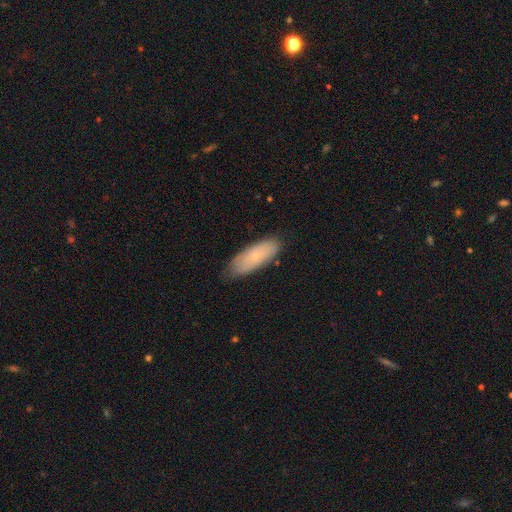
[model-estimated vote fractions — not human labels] Q: Smooth or featured?
A: smooth (66%); runner-up: featured or disk (27%)
Q: How rounded?
A: in between (72%); runner-up: cigar-shaped (26%)
Q: Merging?
A: none (77%); runner-up: minor disturbance (18%)